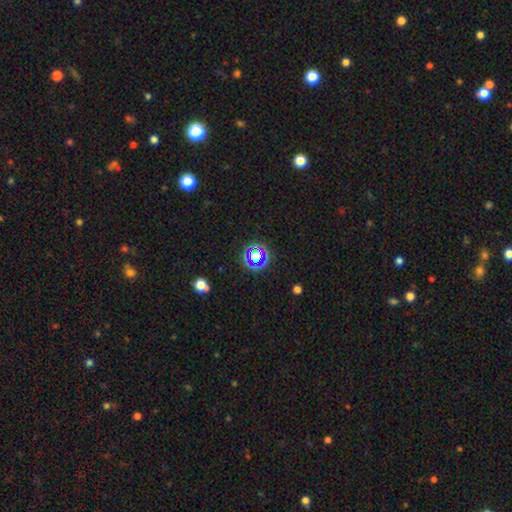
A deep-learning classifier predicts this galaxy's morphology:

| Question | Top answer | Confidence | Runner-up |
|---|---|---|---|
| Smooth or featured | star or artifact | 62% | smooth (25%) |